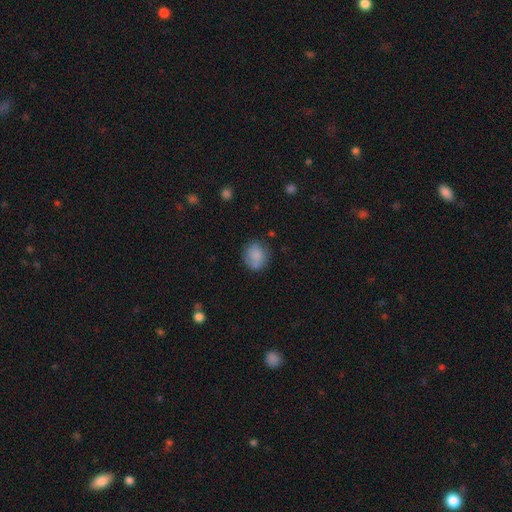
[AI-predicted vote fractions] A smooth galaxy with no disk features (76%) that is round (79%). Merging: none (68%).